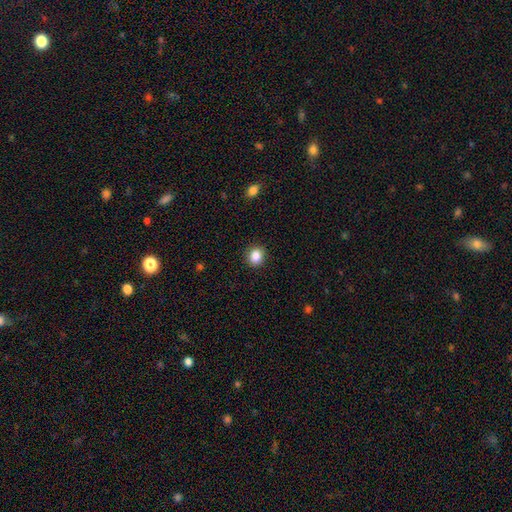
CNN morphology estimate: Overall: smooth (86%). How rounded: round (75%). Merging: none (91%).